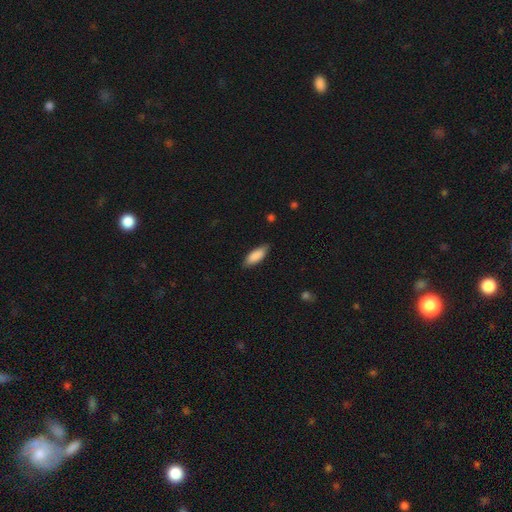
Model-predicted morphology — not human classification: Smooth or featured? smooth (87%)
How rounded? in between (73%)
Merging? none (82%)